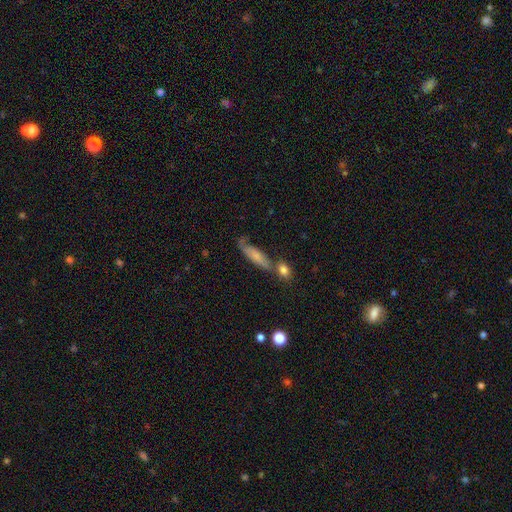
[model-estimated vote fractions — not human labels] The model was most divided on "how rounded": cigar-shaped: 53%, in between: 44%, round: 3%. Remaining: smooth or featured — smooth (64%); merging — none (42%).